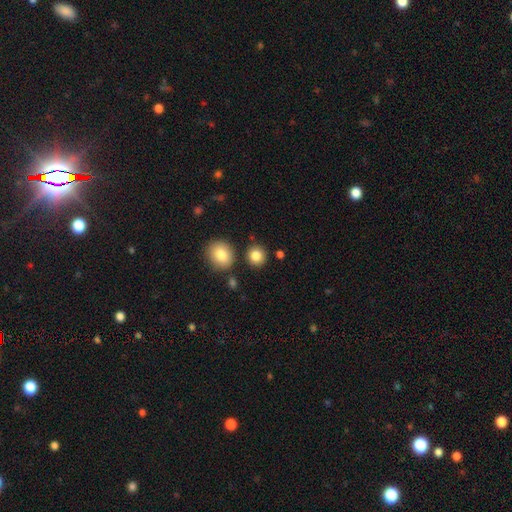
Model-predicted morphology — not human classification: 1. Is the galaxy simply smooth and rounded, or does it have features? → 84% smooth, 10% star or artifact, 6% featured or disk.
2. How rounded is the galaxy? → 87% round, 12% in between, 1% cigar-shaped.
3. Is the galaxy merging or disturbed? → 85% none, 7% minor disturbance, 5% merger, 2% major disturbance.